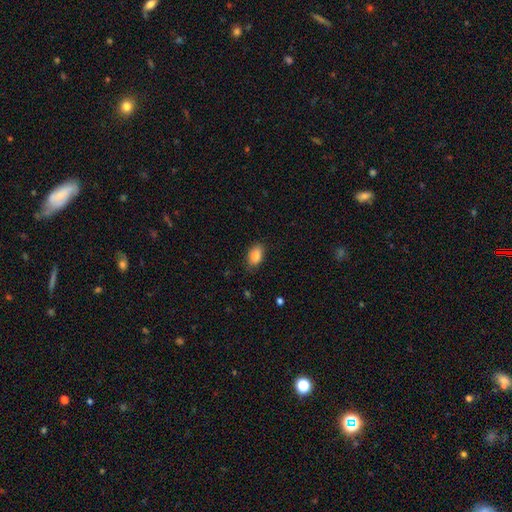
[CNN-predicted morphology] Smooth or featured? smooth (85%)
How rounded? in between (89%)
Merging? none (80%)